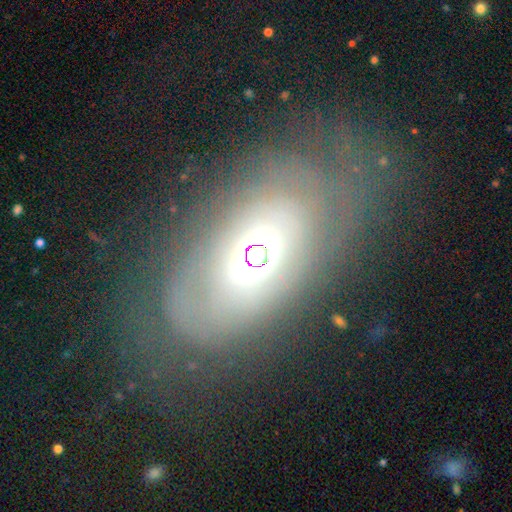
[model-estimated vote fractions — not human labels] Overall: smooth (43%; featured or disk 39%). Merging: none (69%).